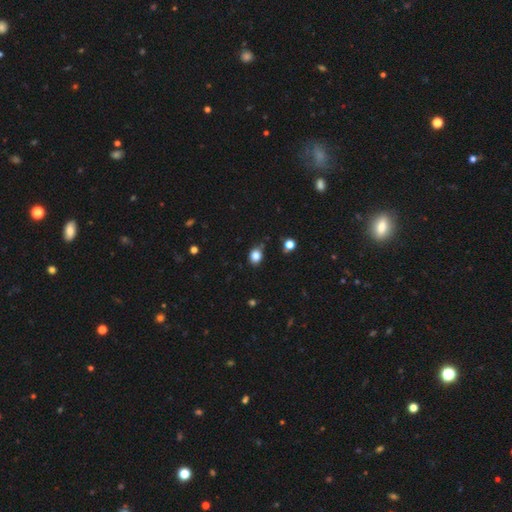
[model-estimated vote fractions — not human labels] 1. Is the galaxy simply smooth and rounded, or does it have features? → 83% smooth, 12% star or artifact, 5% featured or disk.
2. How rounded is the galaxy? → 55% round, 44% in between, 1% cigar-shaped.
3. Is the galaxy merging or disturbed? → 75% none, 18% minor disturbance, 3% major disturbance, 3% merger.